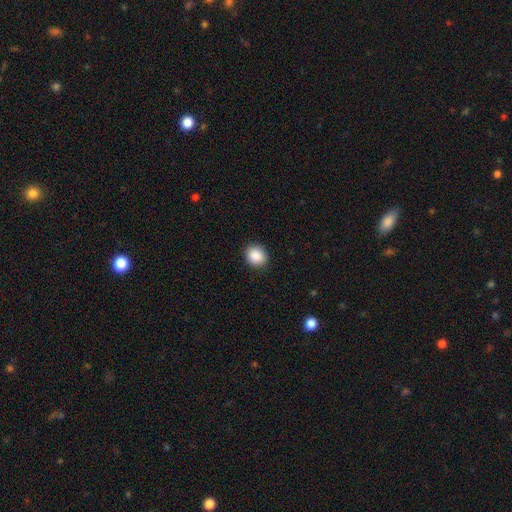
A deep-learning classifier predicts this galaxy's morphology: A smooth galaxy with no disk features (88%) that is round (78%).

Vote fractions:
- Smooth or featured? smooth: 88% / star or artifact: 8% / featured or disk: 3%
- How rounded? round: 78% / in between: 21% / cigar-shaped: 1%
- Merging? none: 90% / minor disturbance: 7% / major disturbance: 2% / merger: 1%